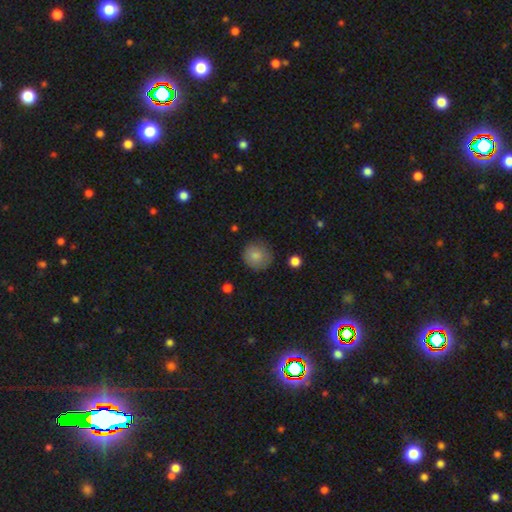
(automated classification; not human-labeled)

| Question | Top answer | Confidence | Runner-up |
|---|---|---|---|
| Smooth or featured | smooth | 84% | star or artifact (8%) |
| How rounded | round | 90% | in between (9%) |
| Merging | none | 78% | minor disturbance (16%) |